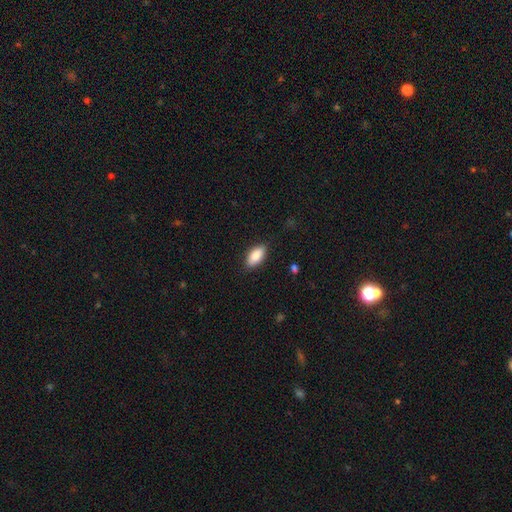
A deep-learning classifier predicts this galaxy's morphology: Smooth or featured?
  - smooth: 86% *
  - featured or disk: 8%
  - star or artifact: 6%
How rounded?
  - in between: 91% *
  - cigar-shaped: 6%
  - round: 3%
Merging?
  - none: 86% *
  - minor disturbance: 11%
  - major disturbance: 2%
  - merger: 1%